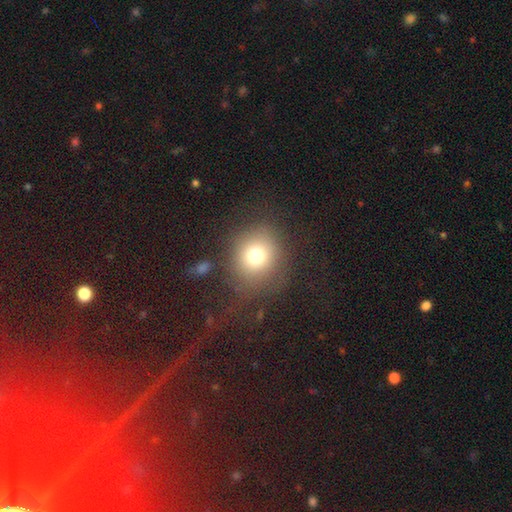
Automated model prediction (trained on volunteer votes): A smooth galaxy with no disk features (75%) that is round (81%).

Vote fractions:
- Smooth or featured? smooth: 75% / star or artifact: 14% / featured or disk: 11%
- How rounded? round: 81% / in between: 18% / cigar-shaped: 1%
- Merging? none: 72% / minor disturbance: 14% / major disturbance: 12% / merger: 3%